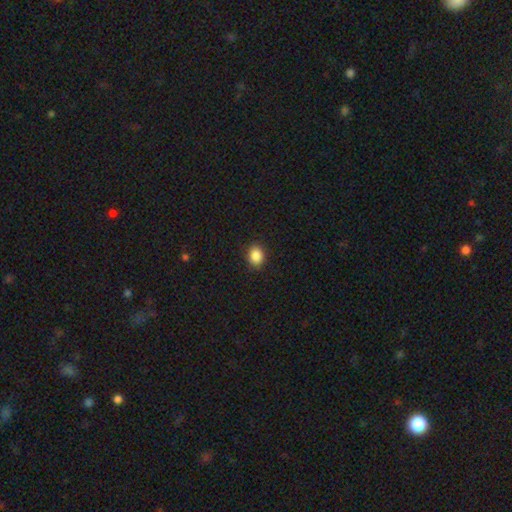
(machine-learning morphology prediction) Smooth or featured? Predicted: smooth (p=0.87). How rounded? Predicted: round (p=0.50). Merging? Predicted: none (p=0.89).